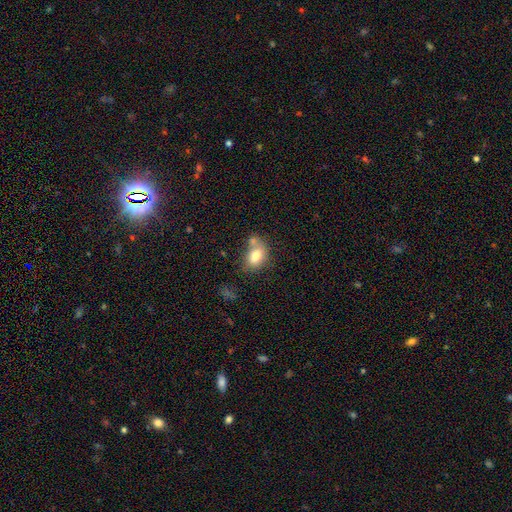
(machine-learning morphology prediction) Overall: smooth (78%). How rounded: in between (77%). Merging: none (41%; merger 33%).